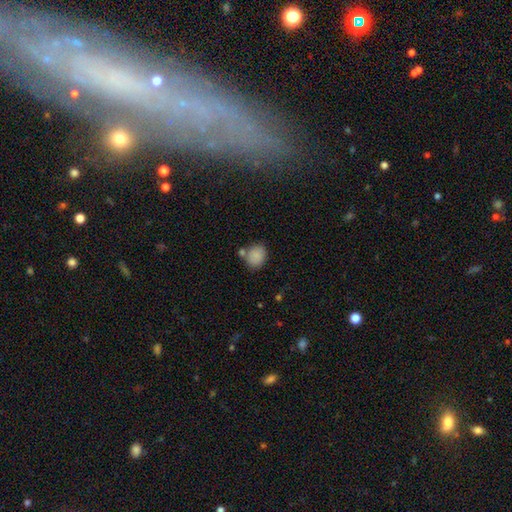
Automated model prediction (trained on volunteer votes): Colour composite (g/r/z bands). It shows a smooth galaxy with no disk features (86%) that is round (61%). Merging: none (65%).